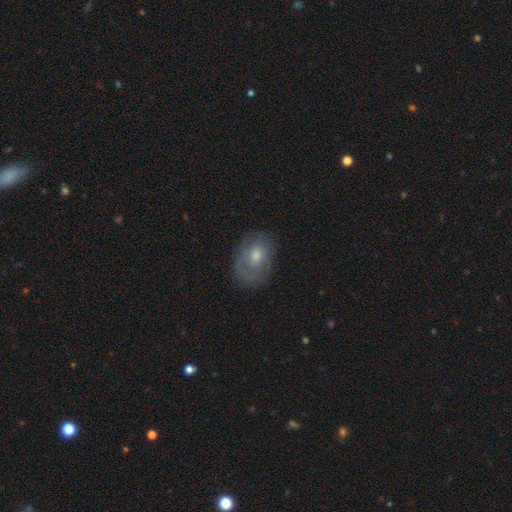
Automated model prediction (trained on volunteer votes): Morphology: type=smooth (48%); merging=none (68%).